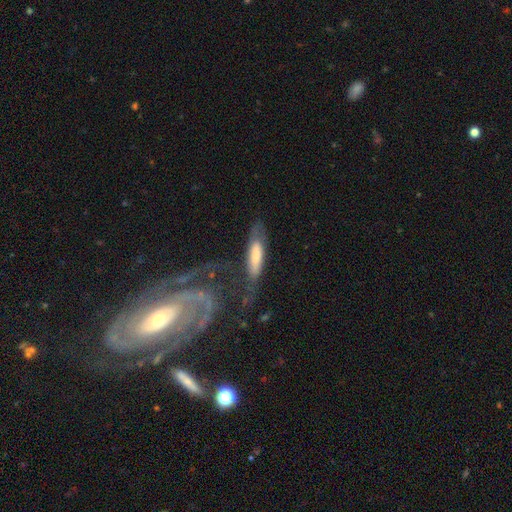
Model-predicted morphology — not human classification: A smooth galaxy with no disk features (63%) that is cigar-shaped (63%).

Vote fractions:
- Smooth or featured? smooth: 63% / featured or disk: 31% / star or artifact: 6%
- How rounded? cigar-shaped: 63% / in between: 35% / round: 2%
- Merging? none: 51% / minor disturbance: 23% / major disturbance: 19% / merger: 6%